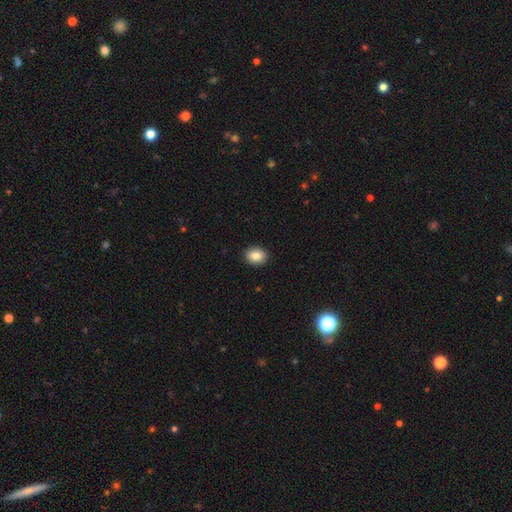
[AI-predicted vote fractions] A smooth galaxy with no disk features (86%) that is in between round and cigar-shaped (50%). Merging: none (91%).